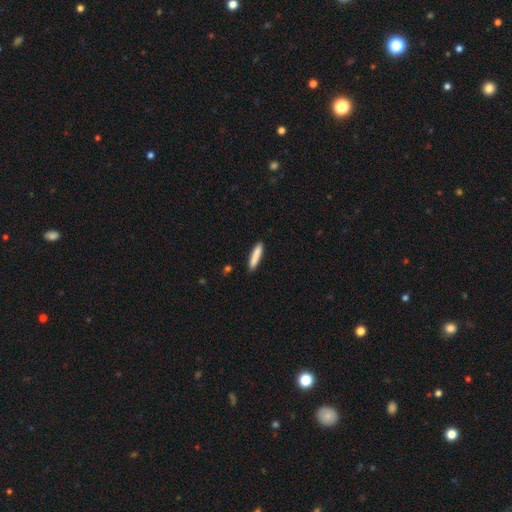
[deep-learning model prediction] smooth-or-featured: smooth: 86% | featured or disk: 8% | star or artifact: 6%
  how-rounded: cigar-shaped: 88% | in between: 11% | round: 1%
  merging: none: 89% | minor disturbance: 8% | major disturbance: 2% | merger: 1%